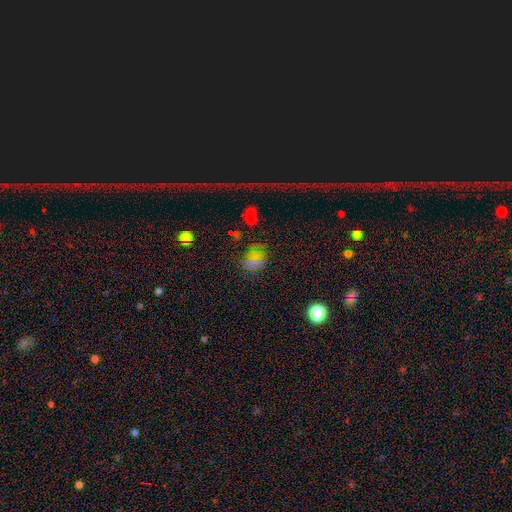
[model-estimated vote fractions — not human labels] This is possibly a smooth galaxy (52%). How rounded: possibly round (57%). Merging: likely none (74%).